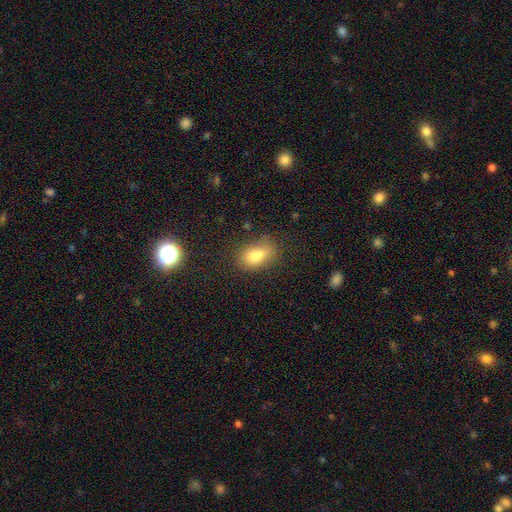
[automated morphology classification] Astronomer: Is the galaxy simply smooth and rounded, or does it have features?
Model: smooth — 76%.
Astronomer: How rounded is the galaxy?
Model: in between — 82%.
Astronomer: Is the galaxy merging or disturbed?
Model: none — 57%.